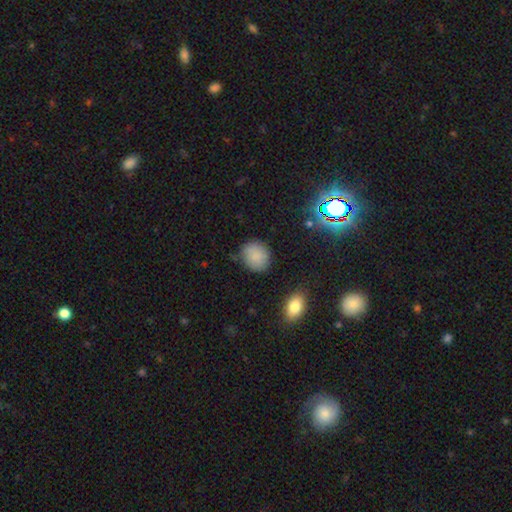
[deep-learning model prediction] Smooth or featured: smooth — 85% (star or artifact — 9%)
How rounded: round — 76% (in between — 23%)
Merging: none — 79% (minor disturbance — 15%)